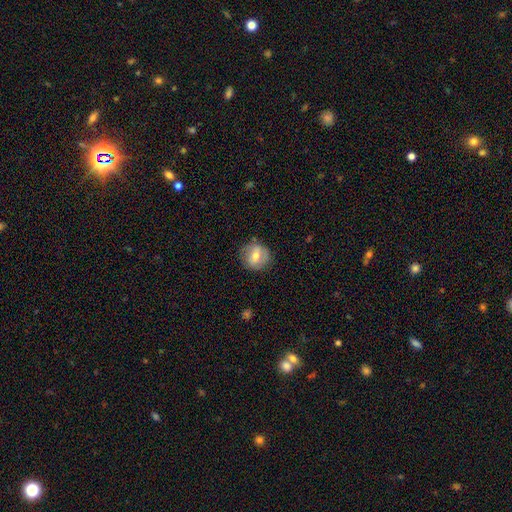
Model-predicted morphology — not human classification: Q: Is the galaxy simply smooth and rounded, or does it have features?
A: smooth — 52%.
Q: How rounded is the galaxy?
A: round — 83%.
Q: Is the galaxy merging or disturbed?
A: none — 77%.